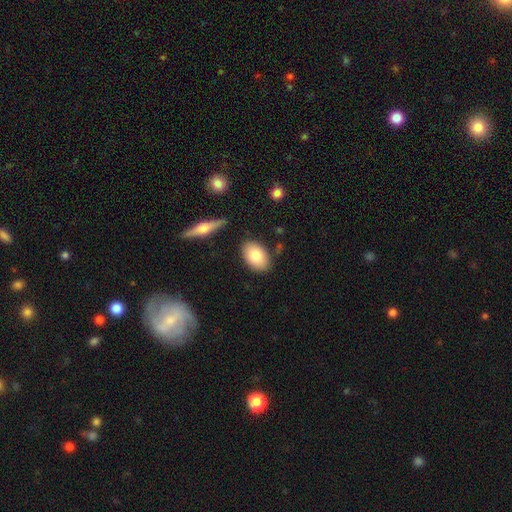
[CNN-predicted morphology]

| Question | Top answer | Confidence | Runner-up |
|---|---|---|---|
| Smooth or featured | smooth | 79% | featured or disk (14%) |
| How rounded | in between | 89% | round (10%) |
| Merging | none | 83% | minor disturbance (11%) |